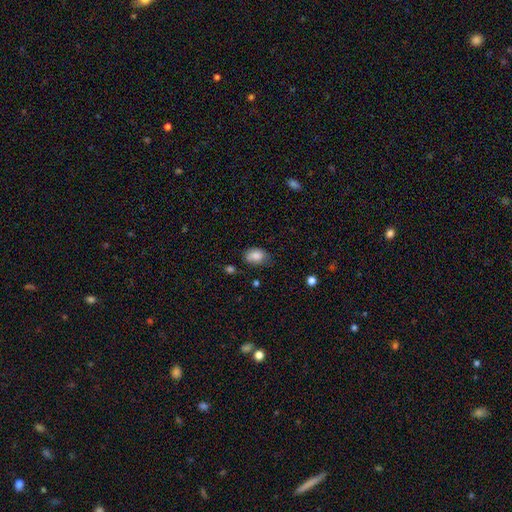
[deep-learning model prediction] This is clearly a smooth galaxy (84%). How rounded: clearly in between (81%). Merging: possibly none (59%).